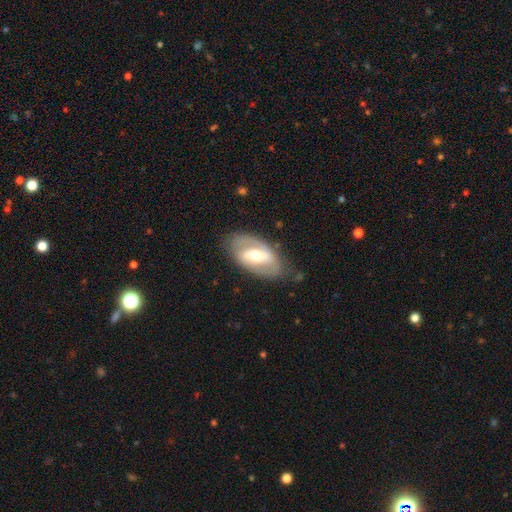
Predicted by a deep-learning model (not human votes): smooth-or-featured: featured or disk: 73% | smooth: 22% | star or artifact: 5%
  disk-edge-on: no: 93% | yes: 7%
    bar: strong: 47% | weak: 36% | no: 17%
    has-spiral-arms: yes: 69% | no: 31%
    bulge-size: moderate: 70% | small: 15% | large: 13% | dominant: 1% | none: 1%
  merging: none: 75% | minor disturbance: 17% | major disturbance: 7% | merger: 1%